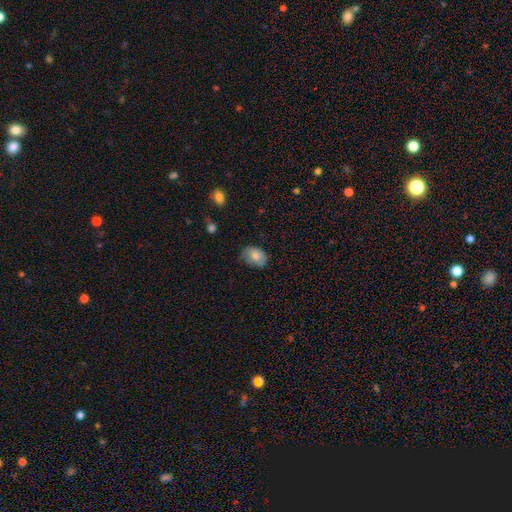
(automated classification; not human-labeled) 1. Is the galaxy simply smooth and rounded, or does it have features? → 76% smooth, 17% featured or disk, 8% star or artifact.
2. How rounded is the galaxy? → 79% in between, 20% round, 1% cigar-shaped.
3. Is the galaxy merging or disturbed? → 54% none, 34% minor disturbance, 10% major disturbance, 2% merger.